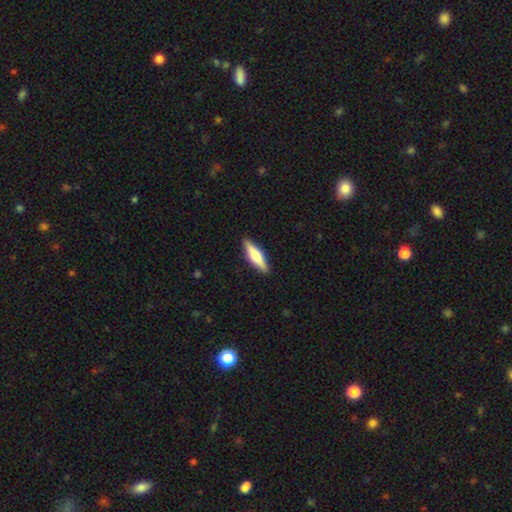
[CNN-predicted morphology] Smooth or featured: smooth — 54% (featured or disk — 41%)
How rounded: cigar-shaped — 69% (in between — 29%)
Merging: none — 90% (minor disturbance — 7%)